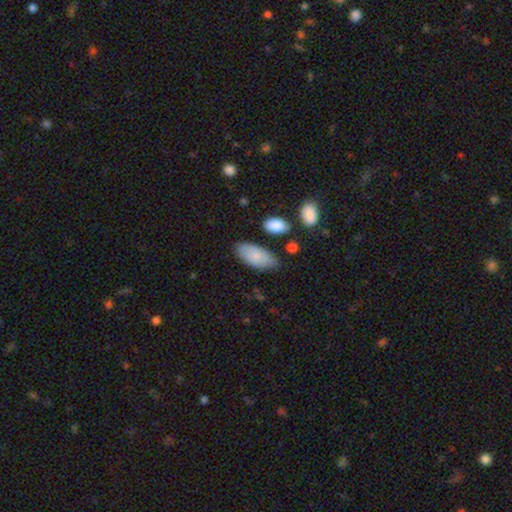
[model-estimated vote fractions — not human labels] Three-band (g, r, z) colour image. It shows a smooth galaxy with no disk features (77%) that is in between round and cigar-shaped (92%). Merging: none (71%).